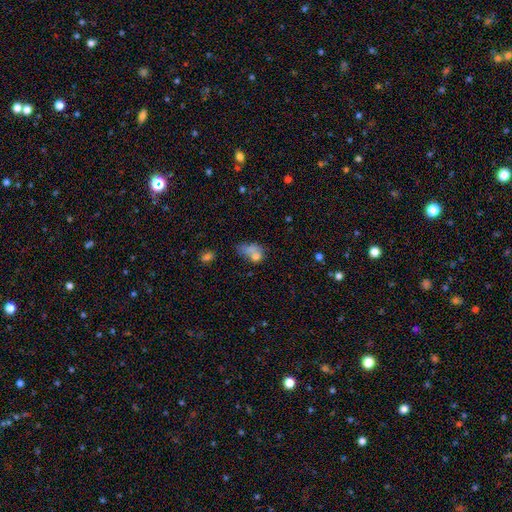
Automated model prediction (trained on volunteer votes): smooth-or-featured: smooth: 68% | featured or disk: 19% | star or artifact: 13%
  how-rounded: in between: 66% | round: 32% | cigar-shaped: 2%
  merging: merger: 39% | none: 23% | major disturbance: 20% | minor disturbance: 17%